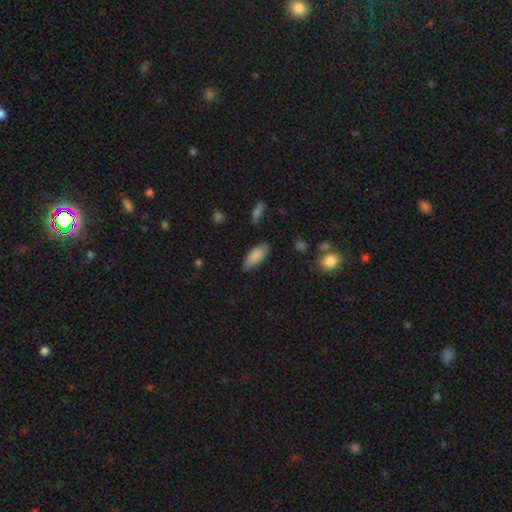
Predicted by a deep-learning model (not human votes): smooth 87%, star or artifact 7%, featured or disk 7%. Down the decision tree: how rounded — in between (80%); merging — none (79%).